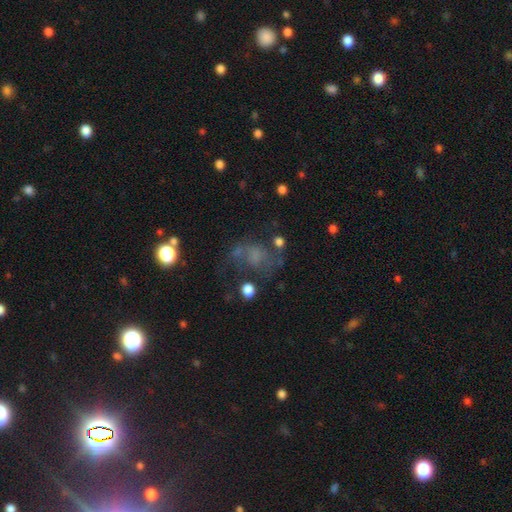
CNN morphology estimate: This appears to be a featured or disk galaxy (41%). Merging: none (45%).